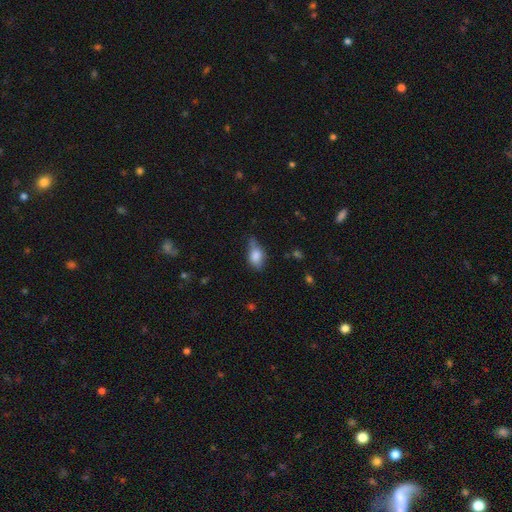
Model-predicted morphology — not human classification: smooth-or-featured: smooth: 73% | featured or disk: 18% | star or artifact: 9%
  how-rounded: in between: 82% | round: 13% | cigar-shaped: 5%
  merging: none: 43% | minor disturbance: 40% | major disturbance: 13% | merger: 4%